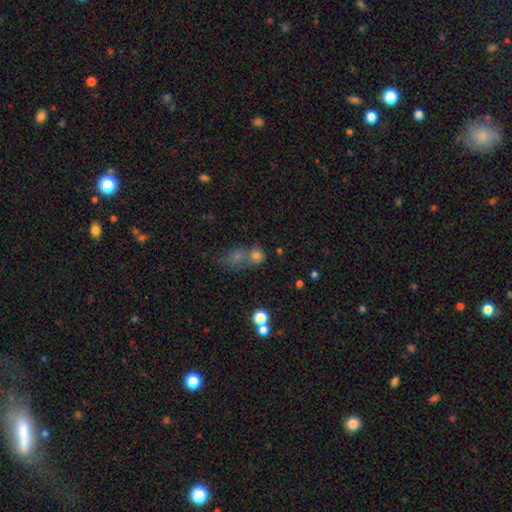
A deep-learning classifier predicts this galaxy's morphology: Smooth or featured? smooth (71%)
How rounded? round (69%)
Merging? merger (43%, tied with none)